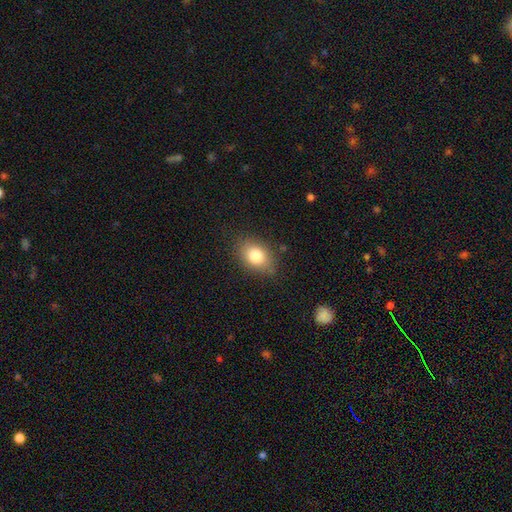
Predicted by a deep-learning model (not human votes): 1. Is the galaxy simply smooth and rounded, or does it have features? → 81% smooth, 10% featured or disk, 9% star or artifact.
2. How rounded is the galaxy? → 80% in between, 18% round, 1% cigar-shaped.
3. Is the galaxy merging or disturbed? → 81% none, 14% minor disturbance, 3% major disturbance, 1% merger.